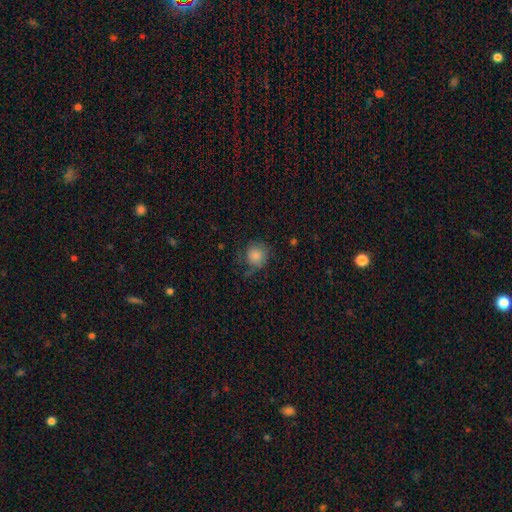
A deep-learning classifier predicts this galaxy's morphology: type=smooth (80%); roundness=round (88%); merging=none (59%).